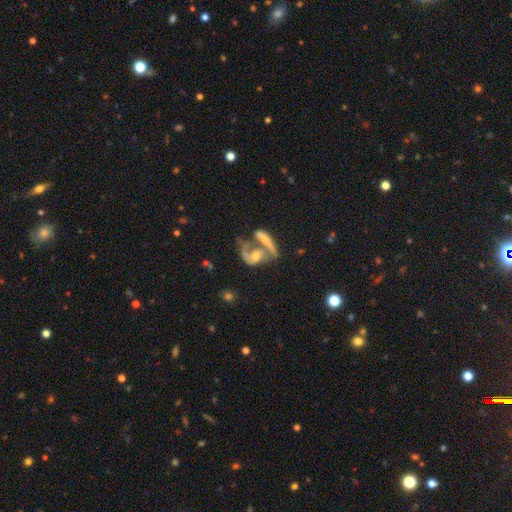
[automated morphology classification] smooth-or-featured: featured or disk: 64% | smooth: 26% | star or artifact: 10%
  disk-edge-on: no: 86% | yes: 14%
    bar: no: 63% | weak: 27% | strong: 10%
    has-spiral-arms: yes: 66% | no: 34%
    bulge-size: moderate: 50% | small: 30% | none: 9% | large: 9% | dominant: 2%
  merging: merger: 59% | none: 21% | major disturbance: 12% | minor disturbance: 8%